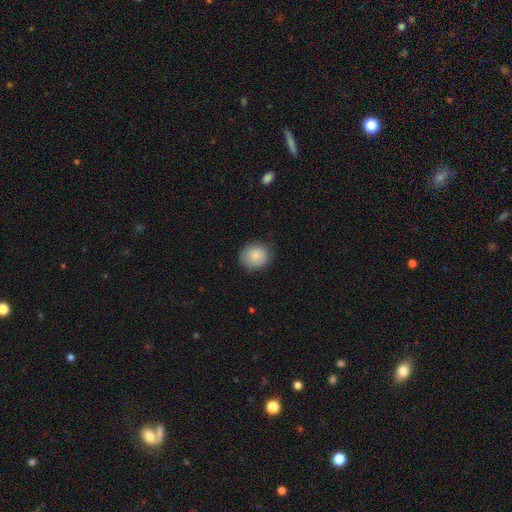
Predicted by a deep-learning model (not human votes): Overall: smooth (85%). How rounded: round (84%). Merging: none (84%).